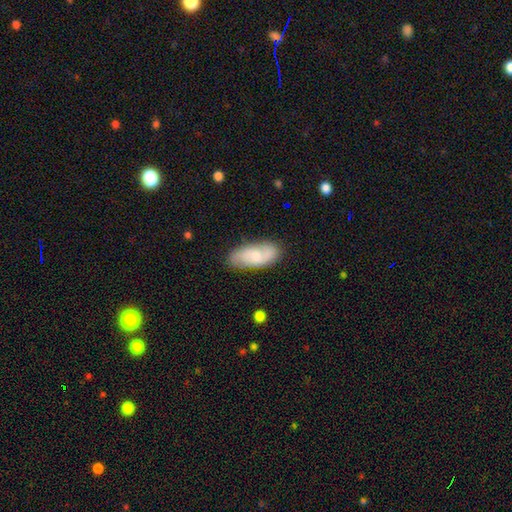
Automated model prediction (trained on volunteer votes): smooth-or-featured: smooth: 53% | featured or disk: 40% | star or artifact: 7%
  how-rounded: in between: 86% | cigar-shaped: 11% | round: 3%
  merging: none: 75% | minor disturbance: 18% | major disturbance: 4% | merger: 2%